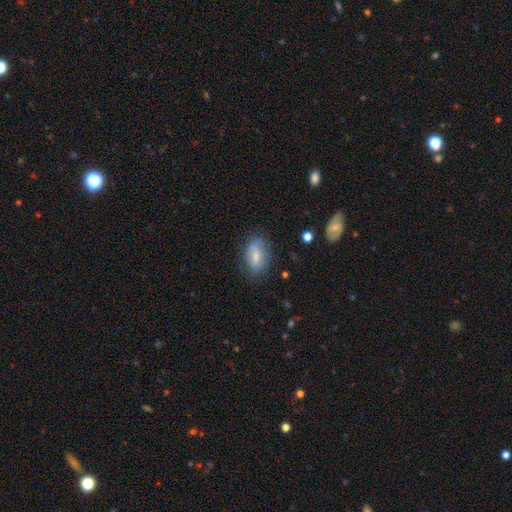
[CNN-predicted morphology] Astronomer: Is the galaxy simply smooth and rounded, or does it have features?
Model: smooth — 72%.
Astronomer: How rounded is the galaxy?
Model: in between — 90%.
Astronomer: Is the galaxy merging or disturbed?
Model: none — 75%.